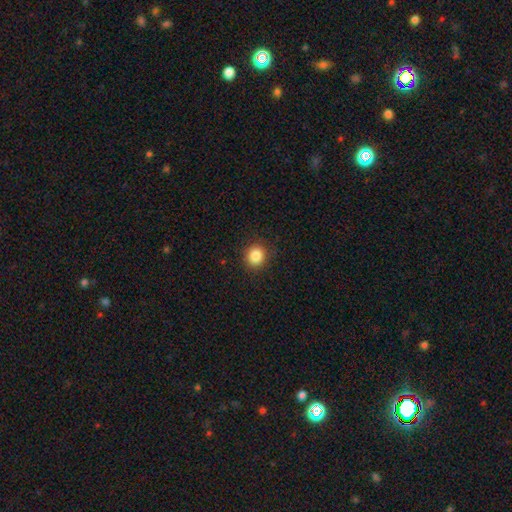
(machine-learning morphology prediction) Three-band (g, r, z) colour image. It shows a smooth galaxy with no disk features (85%) that is round (86%). Merging: none (89%).